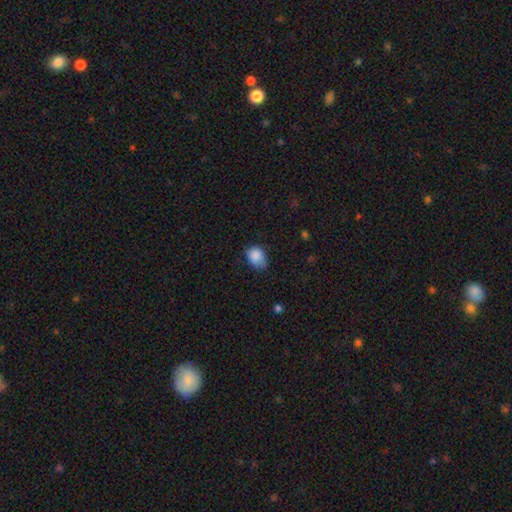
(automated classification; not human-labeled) This appears to be a smooth galaxy with no disk features (87%) that is in between round and cigar-shaped (66%). Merging: none (54%).